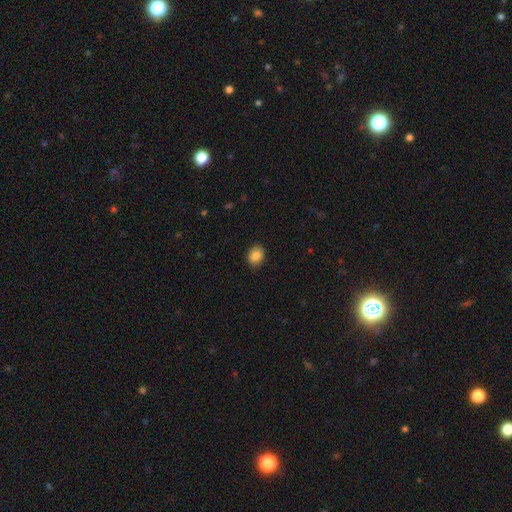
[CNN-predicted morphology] The model was most divided on "how rounded": in between: 53%, round: 46%, cigar-shaped: 1%. More confident: merging — none (87%); smooth or featured — smooth (87%).